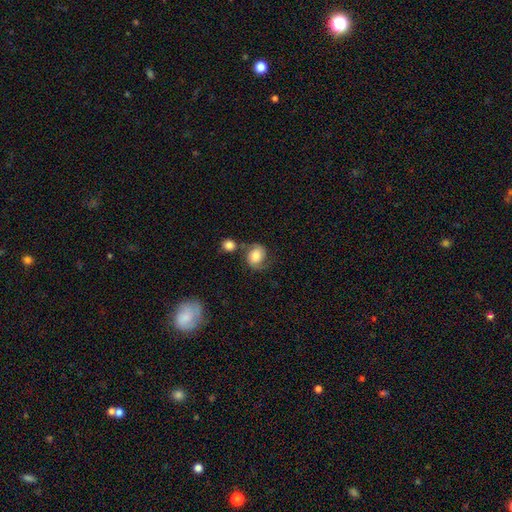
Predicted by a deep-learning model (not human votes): A smooth galaxy with no disk features (55%) that is round (57%). Merging: none (54%).